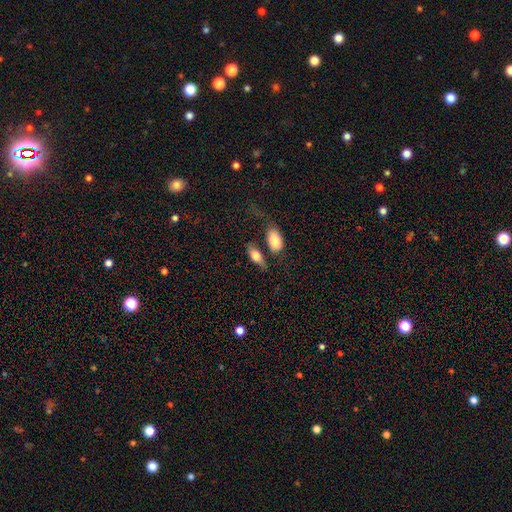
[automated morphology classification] A smooth galaxy with no disk features (75%) that is in between round and cigar-shaped (86%).

Vote fractions:
- Smooth or featured? smooth: 75% / featured or disk: 18% / star or artifact: 7%
- How rounded? in between: 86% / cigar-shaped: 8% / round: 5%
- Merging? none: 47% / merger: 25% / minor disturbance: 18% / major disturbance: 10%